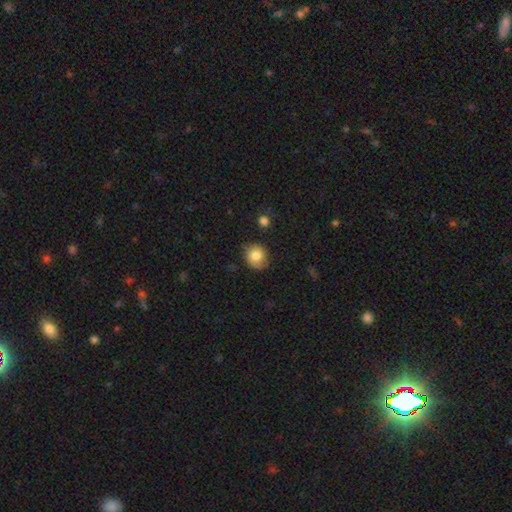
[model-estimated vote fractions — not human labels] Smooth or featured?
  - smooth: 75% *
  - featured or disk: 16%
  - star or artifact: 9%
How rounded?
  - round: 76% *
  - in between: 23%
  - cigar-shaped: 1%
Merging?
  - none: 74% *
  - minor disturbance: 19%
  - major disturbance: 5%
  - merger: 2%